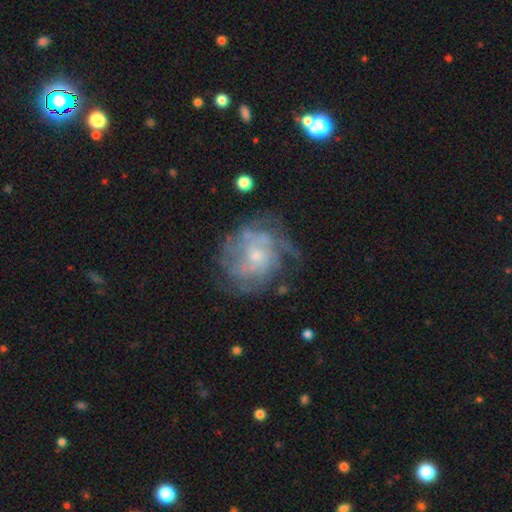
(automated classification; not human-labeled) A featured or disk galaxy (74%) with no bar (77%), tight (52%) spiral arms (77%) and a small central bulge (53%). Merging: none (60%).